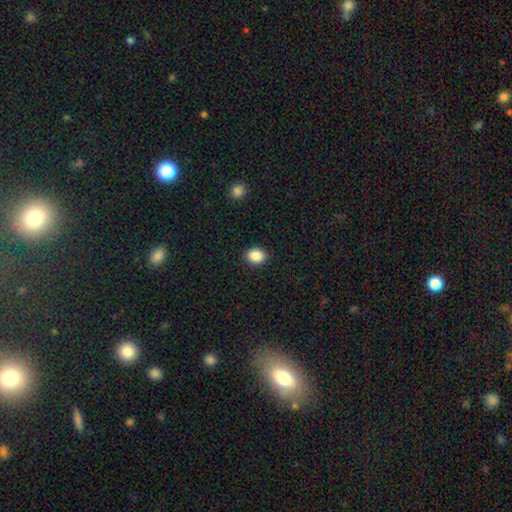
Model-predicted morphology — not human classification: Smooth or featured? smooth (87%)
How rounded? round (61%)
Merging? none (91%)